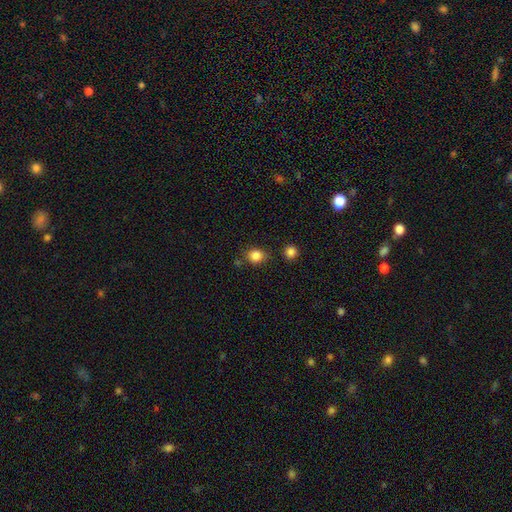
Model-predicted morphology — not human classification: smooth-or-featured: smooth: 85% | star or artifact: 10% | featured or disk: 4%
  how-rounded: round: 69% | in between: 30% | cigar-shaped: 1%
  merging: none: 75% | minor disturbance: 15% | merger: 6% | major disturbance: 4%